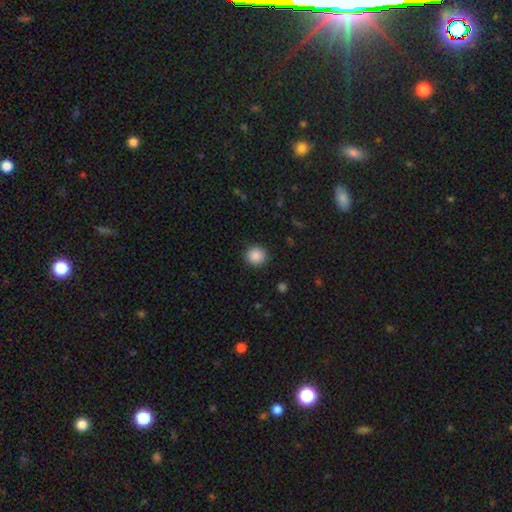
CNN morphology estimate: The model was most divided on "smooth or featured": smooth: 88%, star or artifact: 9%, featured or disk: 3%. More confident: merging — none (91%); how rounded — round (90%).